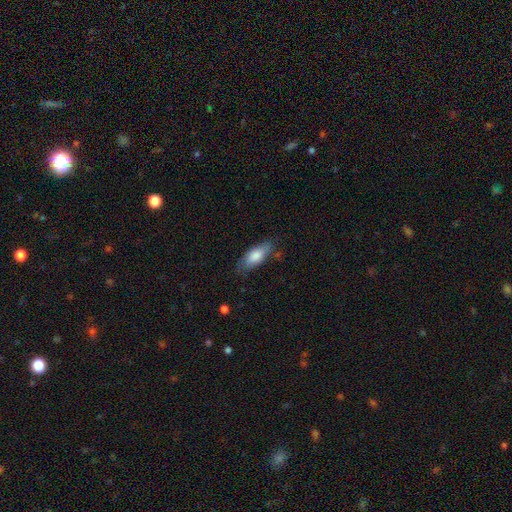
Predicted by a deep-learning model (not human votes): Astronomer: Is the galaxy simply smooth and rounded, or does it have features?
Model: smooth — 78%.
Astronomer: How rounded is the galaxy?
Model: in between — 77%.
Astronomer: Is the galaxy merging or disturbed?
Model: none — 68%.